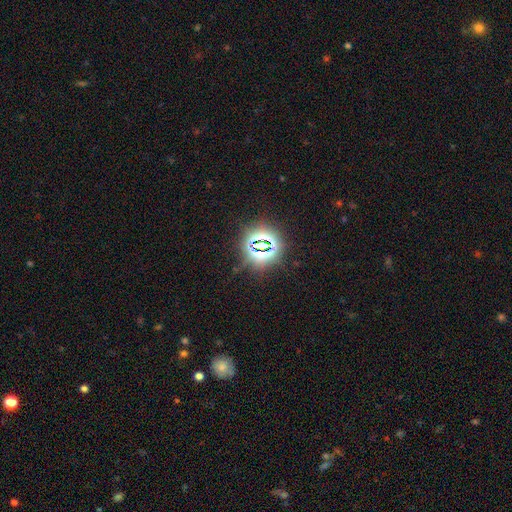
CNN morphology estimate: The model was most divided on "smooth or featured": star or artifact: 79%, smooth: 13%, featured or disk: 8%.